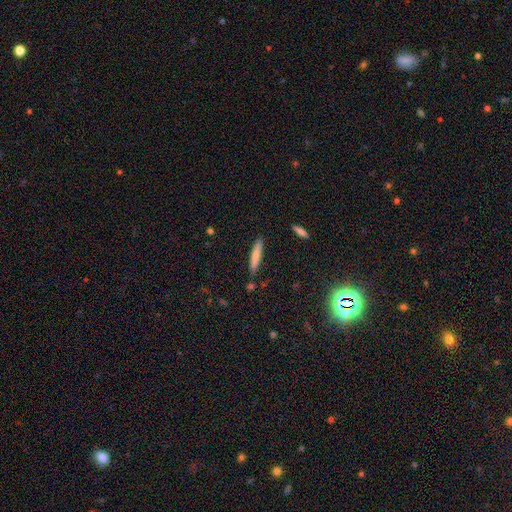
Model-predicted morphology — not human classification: Smooth or featured? smooth (76%)
How rounded? cigar-shaped (90%)
Merging? none (86%)